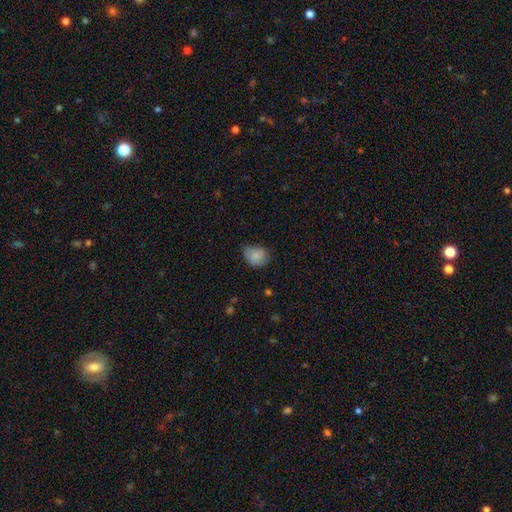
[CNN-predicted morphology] smooth 82%, featured or disk 10%, star or artifact 8%. Down the decision tree: how rounded — round (52%); merging — none (53%).